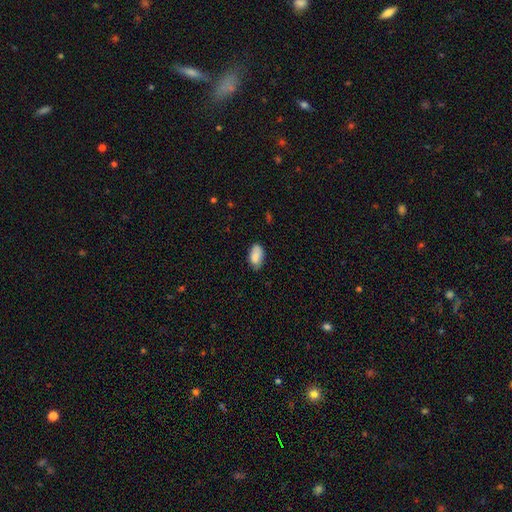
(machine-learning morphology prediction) type=smooth (83%); roundness=in between (93%); merging=none (68%).